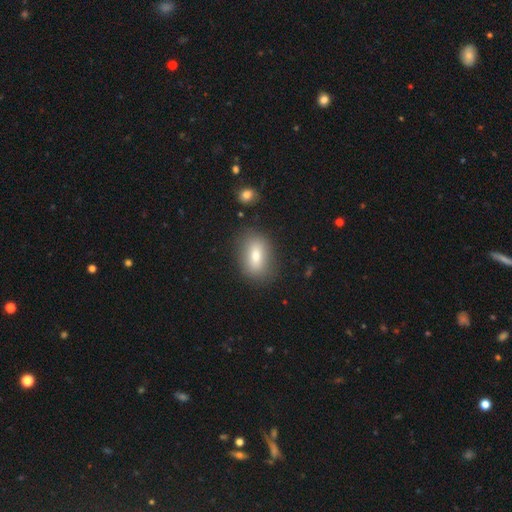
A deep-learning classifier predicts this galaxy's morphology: Smooth or featured: smooth — 74% (featured or disk — 17%)
How rounded: in between — 83% (round — 12%)
Merging: none — 82% (minor disturbance — 12%)